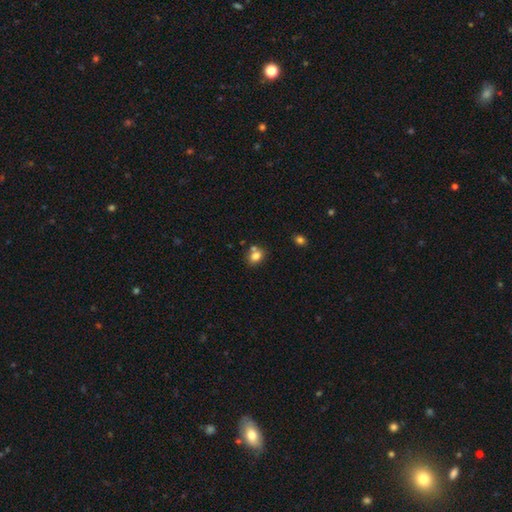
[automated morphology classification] Smooth or featured? Predicted: smooth (p=0.79). How rounded? Predicted: in between (p=0.50). Merging? Predicted: none (p=0.59).